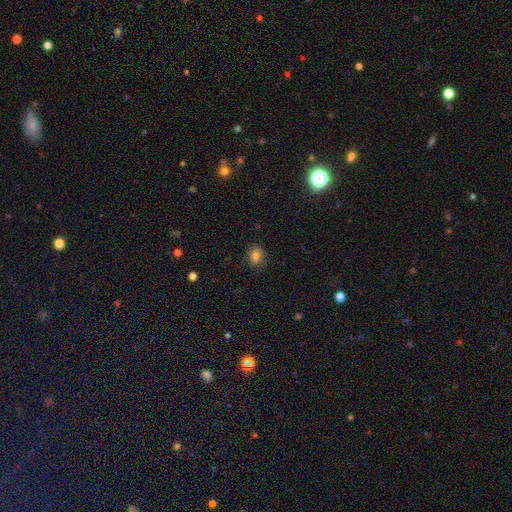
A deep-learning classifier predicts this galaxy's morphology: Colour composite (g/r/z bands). It shows a smooth galaxy with no disk features (80%) that is round (52%). Merging: none (83%).